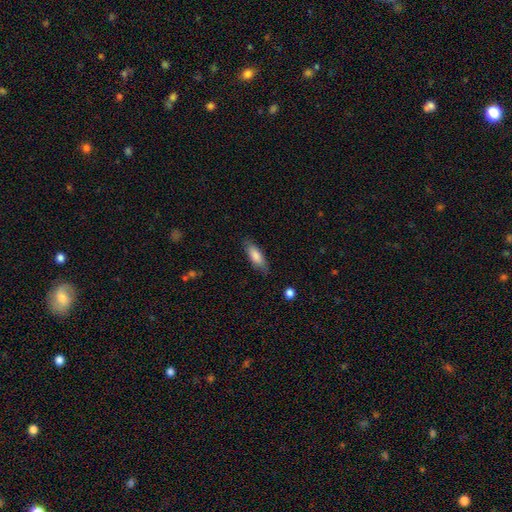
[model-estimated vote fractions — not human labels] Smooth or featured? Predicted: smooth (p=0.82). How rounded? Predicted: in between (p=0.61). Merging? Predicted: none (p=0.81).